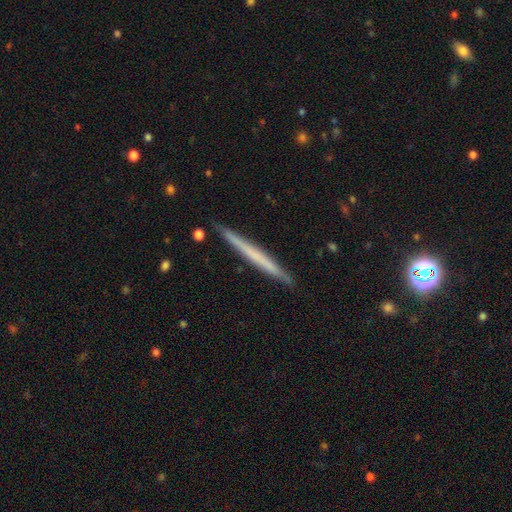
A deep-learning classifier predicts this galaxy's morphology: Smooth or featured: smooth — 48% (featured or disk — 46%)
Merging: none — 91% (minor disturbance — 7%)